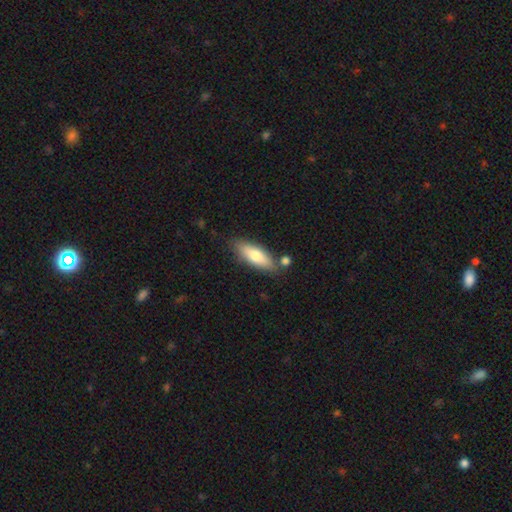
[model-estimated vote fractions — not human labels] This is likely a smooth galaxy (70%). How rounded: possibly in between (57%). Merging: likely none (75%).